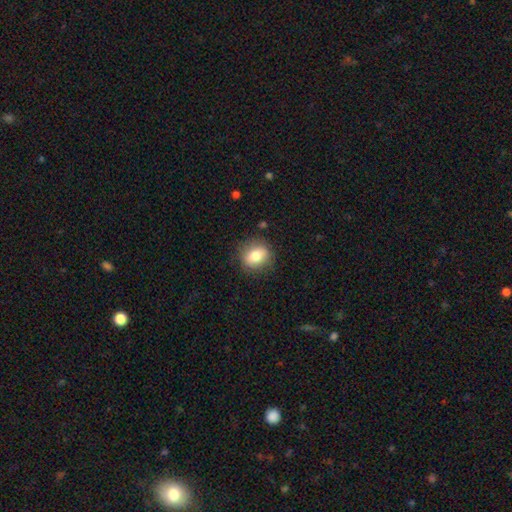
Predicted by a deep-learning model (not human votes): A smooth galaxy with no disk features (79%) that is round (66%). Merging: none (84%).